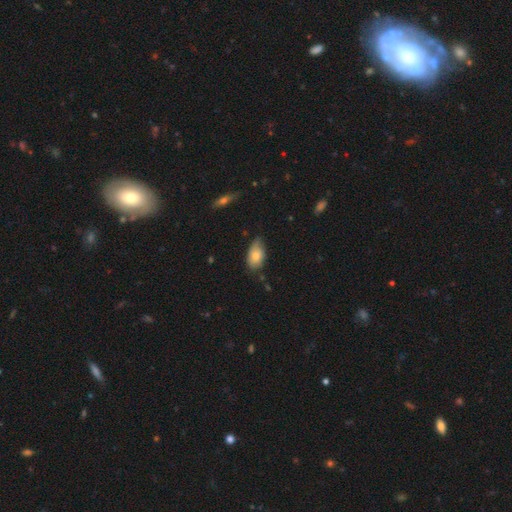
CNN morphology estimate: Smooth or featured?
  - smooth: 74% *
  - featured or disk: 19%
  - star or artifact: 7%
How rounded?
  - in between: 90% *
  - round: 8%
  - cigar-shaped: 2%
Merging?
  - none: 50% *
  - minor disturbance: 40%
  - major disturbance: 8%
  - merger: 2%